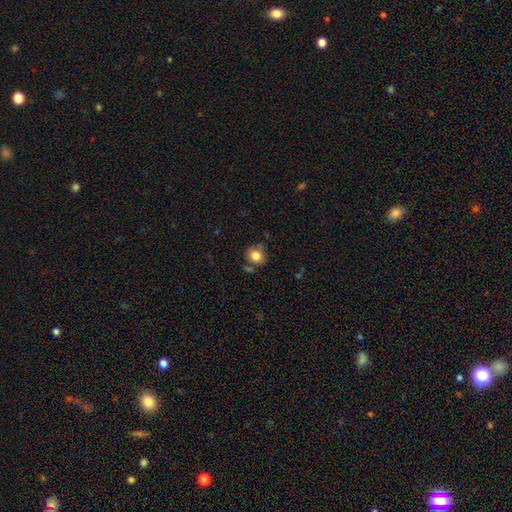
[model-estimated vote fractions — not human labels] smooth_or_featured: smooth (p=0.81) [alt: star or artifact p=0.10]
how_rounded: round (p=0.82) [alt: in between p=0.17]
merging: none (p=0.74) [alt: minor disturbance p=0.15]